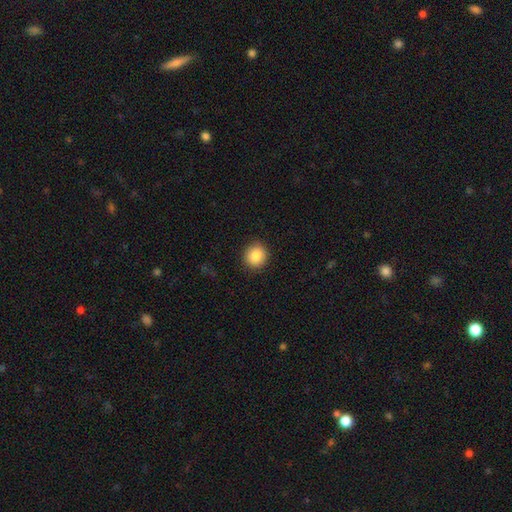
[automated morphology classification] Q: Smooth or featured?
A: smooth (86%); runner-up: star or artifact (8%)
Q: How rounded?
A: round (89%); runner-up: in between (10%)
Q: Merging?
A: none (91%); runner-up: minor disturbance (6%)